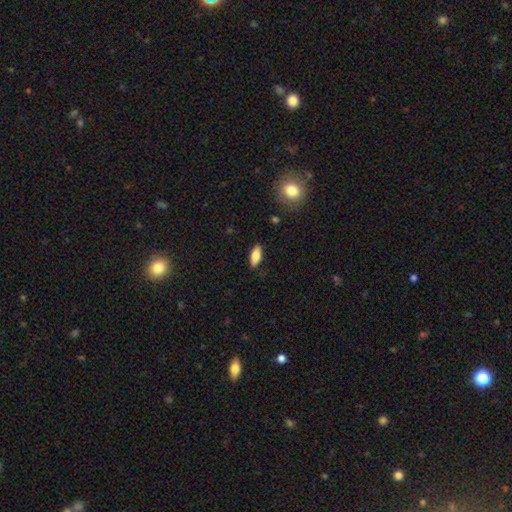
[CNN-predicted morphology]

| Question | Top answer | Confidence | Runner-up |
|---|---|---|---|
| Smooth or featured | smooth | 79% | featured or disk (14%) |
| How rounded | in between | 78% | cigar-shaped (20%) |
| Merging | none | 87% | minor disturbance (10%) |